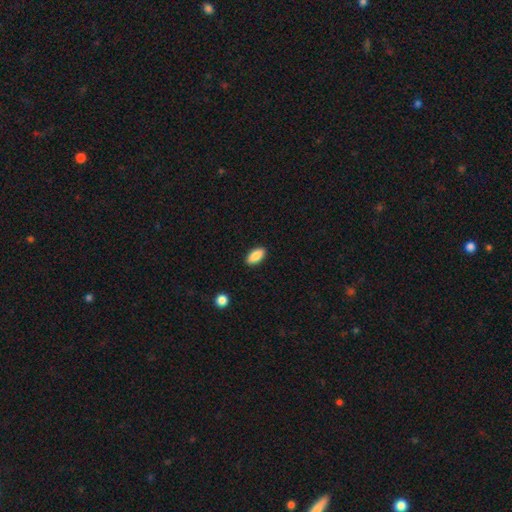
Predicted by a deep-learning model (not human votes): Smooth or featured? smooth (87%)
How rounded? in between (90%)
Merging? none (89%)